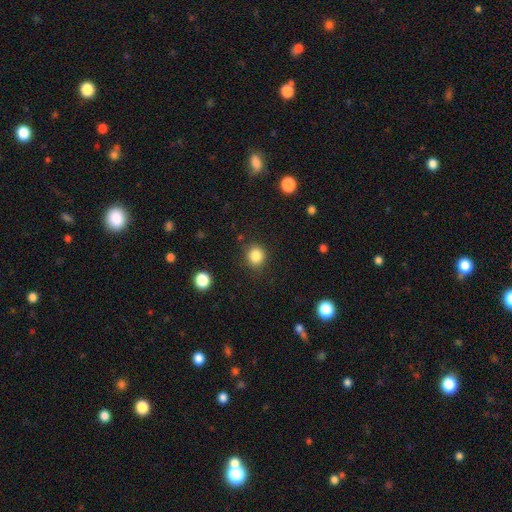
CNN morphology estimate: Overall: smooth (85%). How rounded: round (86%). Merging: none (86%).